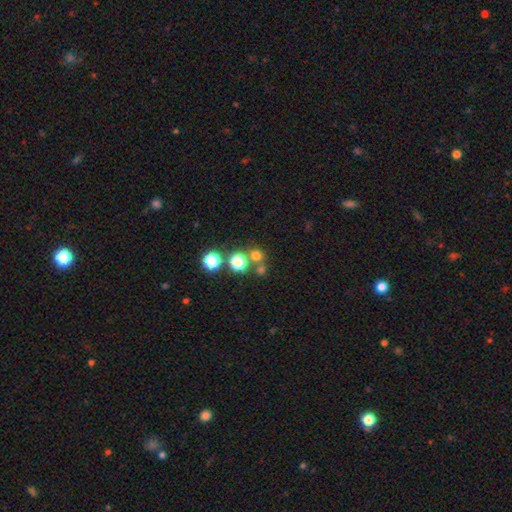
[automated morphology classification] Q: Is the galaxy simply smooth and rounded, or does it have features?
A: smooth — 69%.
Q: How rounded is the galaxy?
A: round — 91%.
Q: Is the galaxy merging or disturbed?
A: none — 67%.